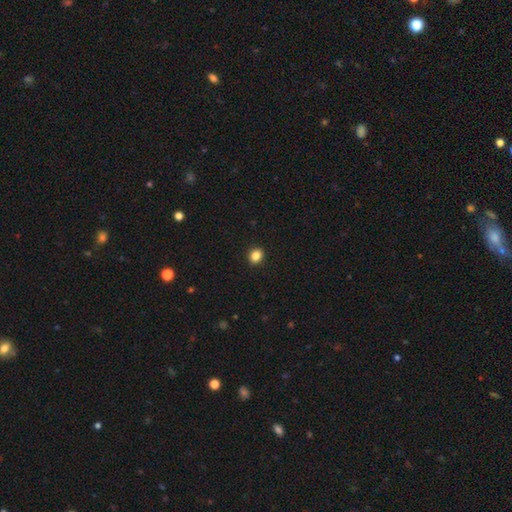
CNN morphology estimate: Smooth or featured: smooth — 84% (star or artifact — 11%)
How rounded: round — 70% (in between — 29%)
Merging: none — 92% (minor disturbance — 6%)